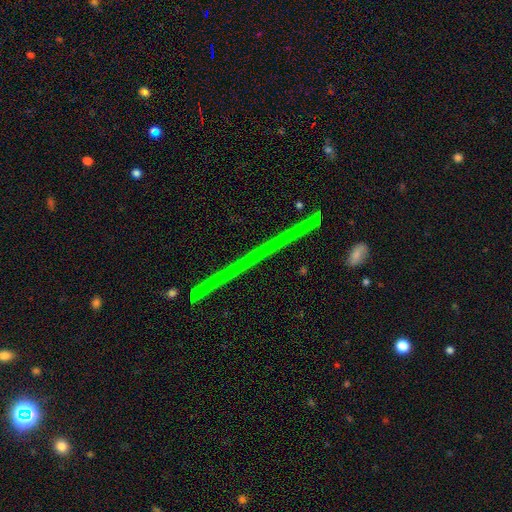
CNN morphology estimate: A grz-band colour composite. It shows a featured or disk galaxy (55%) viewed edge-on (96%) with no central bulge (86%). Merging: none (92%).